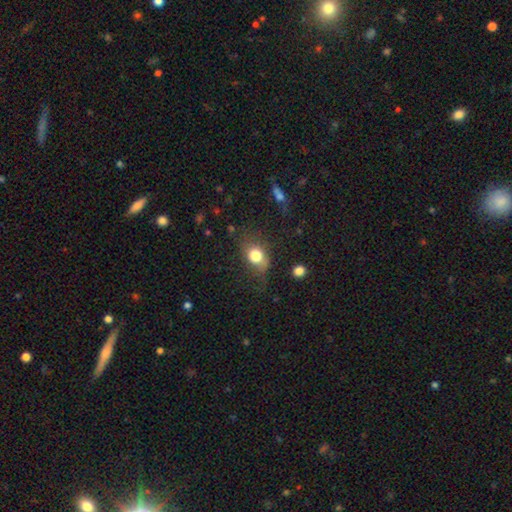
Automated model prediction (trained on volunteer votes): This is likely a smooth galaxy (78%). How rounded: possibly in between (53%). Merging: likely none (63%).